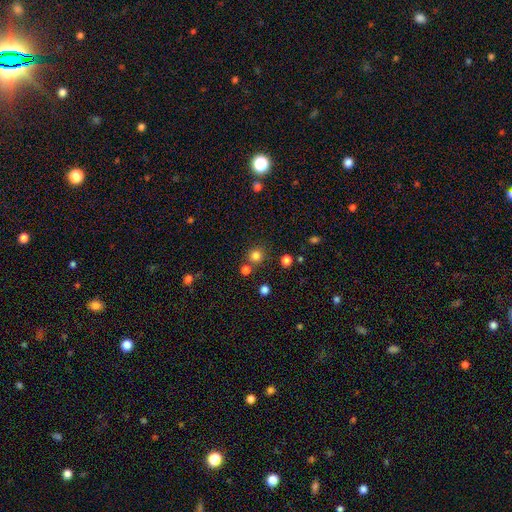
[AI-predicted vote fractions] Overall: smooth (80%). How rounded: round (92%). Merging: none (77%).